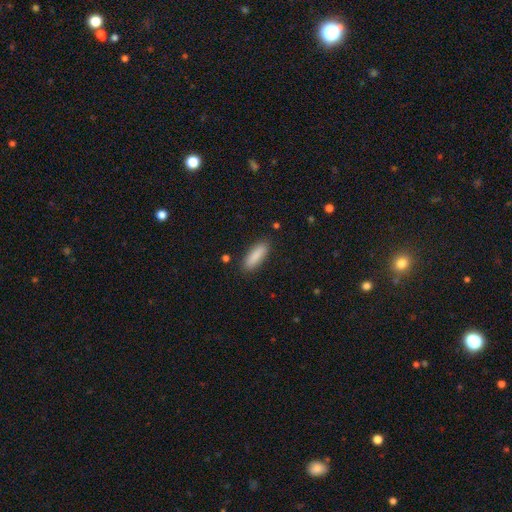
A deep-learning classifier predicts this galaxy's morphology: Q: Smooth or featured?
A: smooth (87%); runner-up: featured or disk (7%)
Q: How rounded?
A: in between (54%); runner-up: cigar-shaped (44%)
Q: Merging?
A: none (87%); runner-up: minor disturbance (9%)